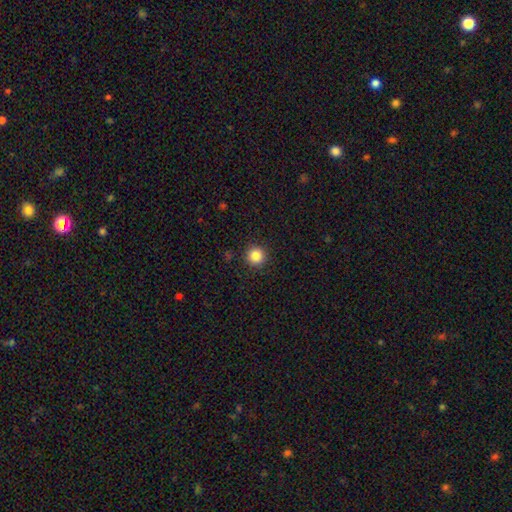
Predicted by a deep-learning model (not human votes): A smooth galaxy with no disk features (85%) that is round (95%).

Vote fractions:
- Smooth or featured? smooth: 85% / star or artifact: 11% / featured or disk: 4%
- How rounded? round: 95% / in between: 4% / cigar-shaped: 1%
- Merging? none: 92% / minor disturbance: 5% / major disturbance: 2% / merger: 1%